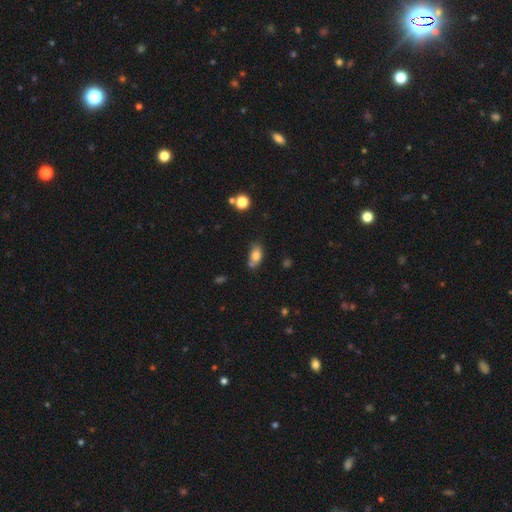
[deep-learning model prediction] Smooth or featured: smooth — 78% (featured or disk — 13%)
How rounded: in between — 84% (round — 12%)
Merging: none — 57% (minor disturbance — 23%)